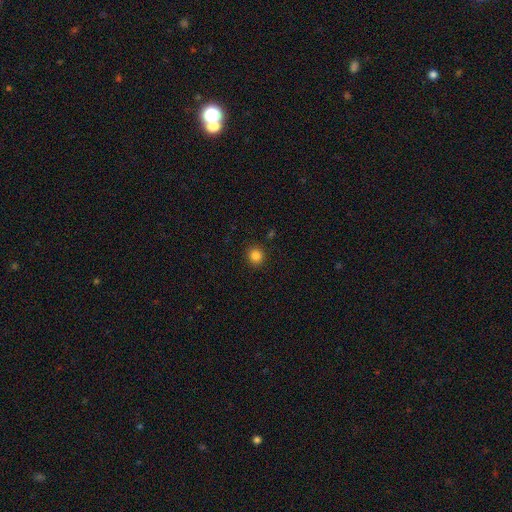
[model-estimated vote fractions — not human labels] A smooth galaxy with no disk features (84%) that is round (88%). Merging: none (91%).